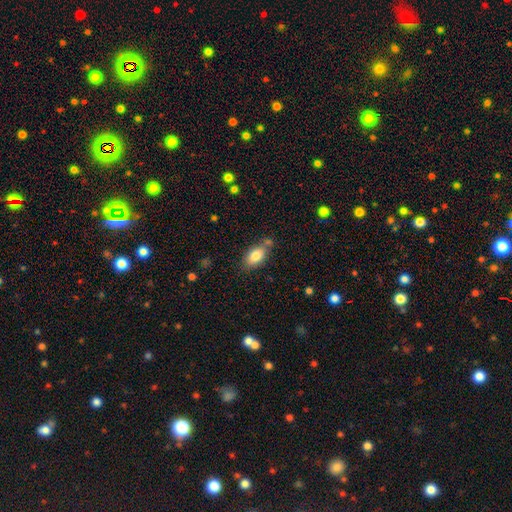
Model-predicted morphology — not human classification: A smooth galaxy with no disk features (81%) that is in between round and cigar-shaped (89%). Merging: none (68%).